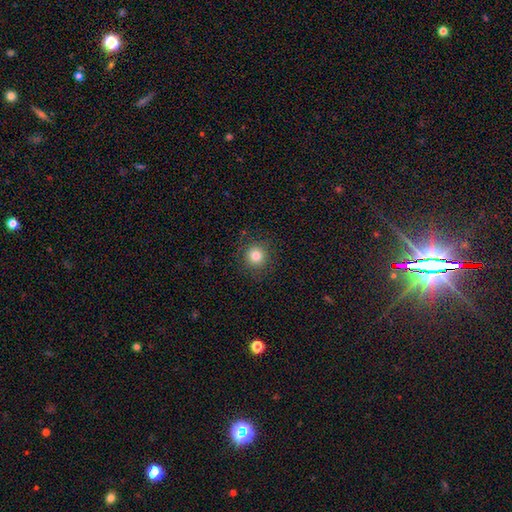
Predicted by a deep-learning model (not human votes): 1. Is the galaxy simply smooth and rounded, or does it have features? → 82% smooth, 12% star or artifact, 7% featured or disk.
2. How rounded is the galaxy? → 93% round, 6% in between, 1% cigar-shaped.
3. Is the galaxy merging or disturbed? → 88% none, 8% minor disturbance, 3% major disturbance, 1% merger.